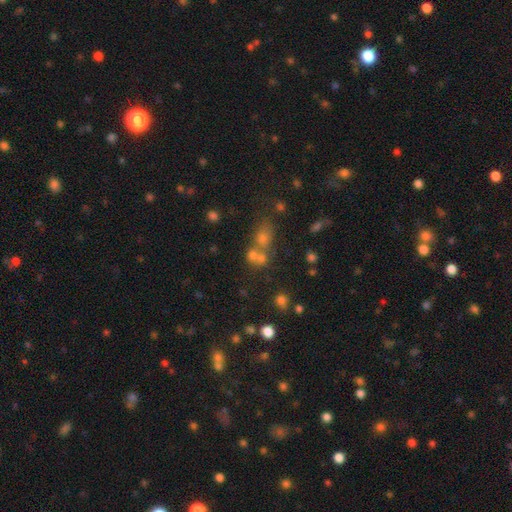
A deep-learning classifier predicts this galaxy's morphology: smooth_or_featured: smooth (p=0.52) [alt: star or artifact p=0.32]
how_rounded: round (p=0.68) [alt: in between p=0.29]
merging: merger (p=0.45) [alt: none p=0.42]